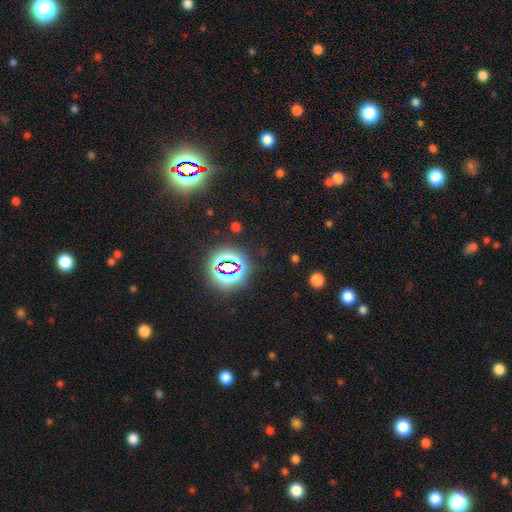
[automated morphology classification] This appears to be a star or artifact, not a galaxy (82%).